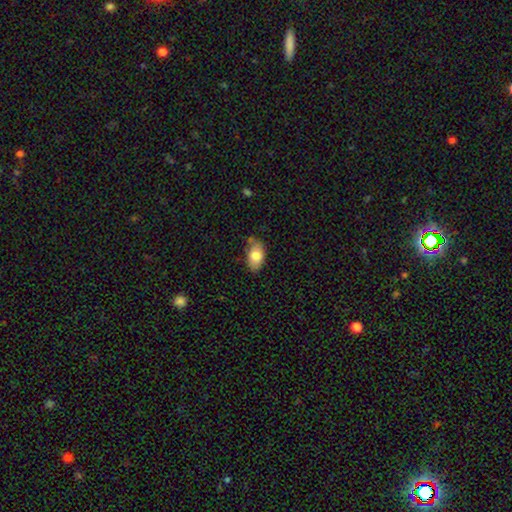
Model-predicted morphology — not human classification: This appears to be a smooth galaxy with no disk features (81%) that is in between round and cigar-shaped (91%). Merging: none (64%).